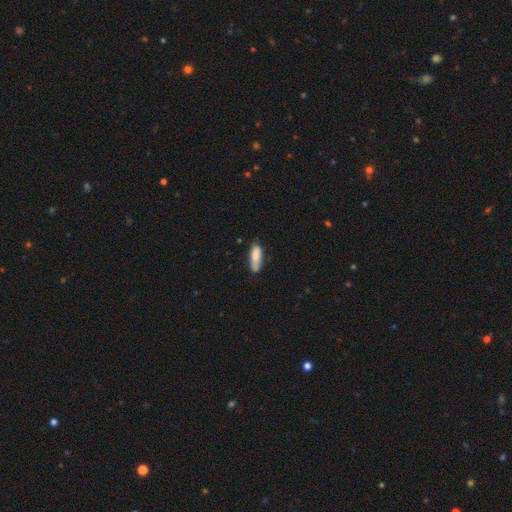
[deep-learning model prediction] A smooth galaxy with no disk features (83%) that is in between round and cigar-shaped (54%). Merging: none (69%).